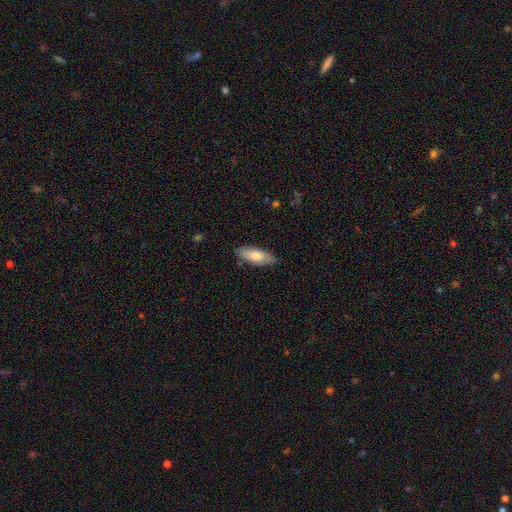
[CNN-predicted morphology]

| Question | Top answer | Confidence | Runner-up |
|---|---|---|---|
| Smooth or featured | smooth | 76% | featured or disk (18%) |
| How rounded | in between | 68% | cigar-shaped (31%) |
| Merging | none | 86% | minor disturbance (11%) |